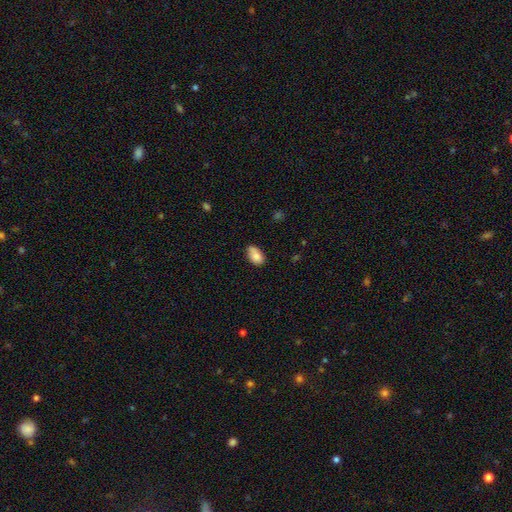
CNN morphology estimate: A smooth galaxy with no disk features (81%) that is in between round and cigar-shaped (90%). Merging: none (56%).